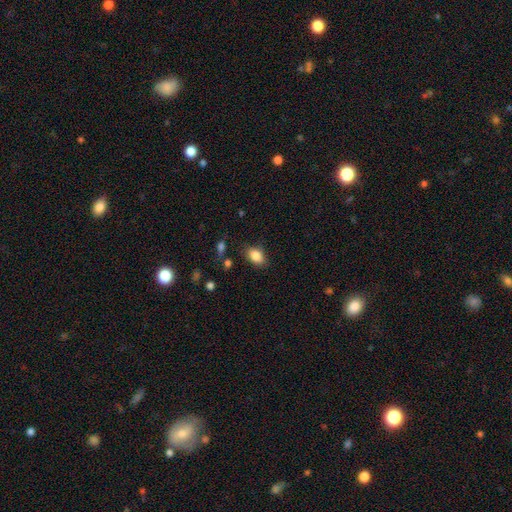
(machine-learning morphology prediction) smooth 85%, star or artifact 9%, featured or disk 6%. Down the decision tree: how rounded — in between (85%); merging — none (79%).